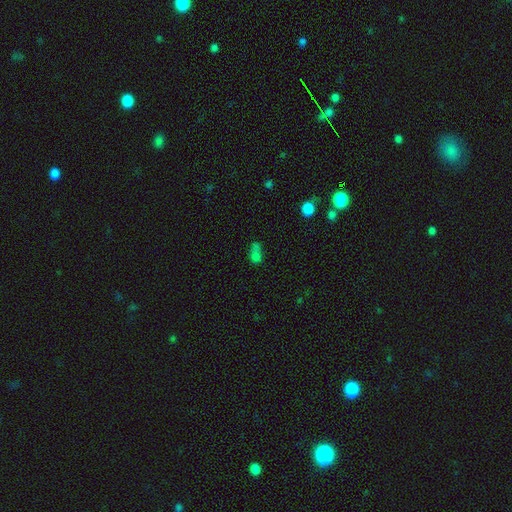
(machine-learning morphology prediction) The model was most divided on "how rounded": round: 53%, in between: 44%, cigar-shaped: 3%. More confident: smooth or featured — smooth (71%); merging — merger (52%).